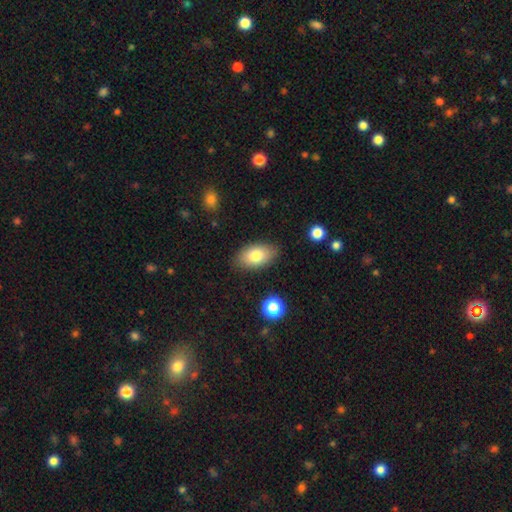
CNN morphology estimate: The model was most divided on "smooth or featured": smooth: 79%, featured or disk: 14%, star or artifact: 8%. More confident: how rounded — in between (93%); merging — none (83%).